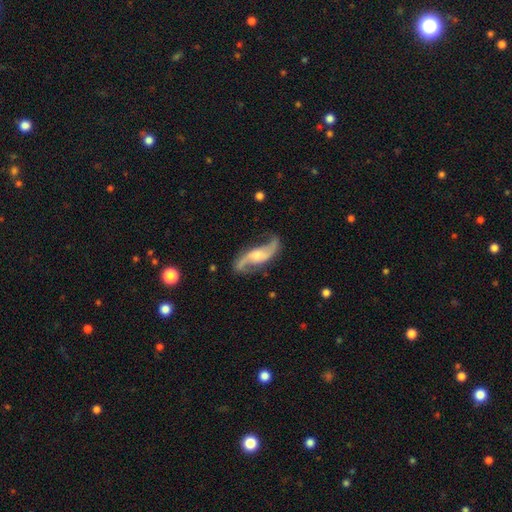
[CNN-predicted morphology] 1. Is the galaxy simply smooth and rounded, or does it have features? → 89% featured or disk, 7% smooth, 5% star or artifact.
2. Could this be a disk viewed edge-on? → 94% no, 6% yes.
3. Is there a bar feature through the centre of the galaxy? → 49% no, 36% weak, 15% strong.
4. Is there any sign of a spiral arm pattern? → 97% yes, 3% no.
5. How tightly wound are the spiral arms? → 74% loose, 21% medium, 5% tight.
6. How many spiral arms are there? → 94% 2, 2% can't tell, 2% 1, 1% 3, 1% 4, 1% more than 4.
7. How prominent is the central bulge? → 48% moderate, 37% small, 7% large, 7% none, 2% dominant.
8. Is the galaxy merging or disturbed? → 78% none, 14% minor disturbance, 6% major disturbance, 2% merger.